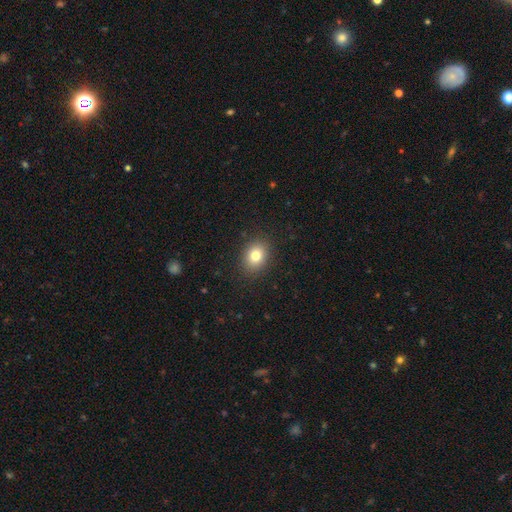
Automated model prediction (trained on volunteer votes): smooth_or_featured: smooth (p=0.80) [alt: star or artifact p=0.11]
how_rounded: in between (p=0.52) [alt: round p=0.47]
merging: none (p=0.89) [alt: minor disturbance p=0.08]